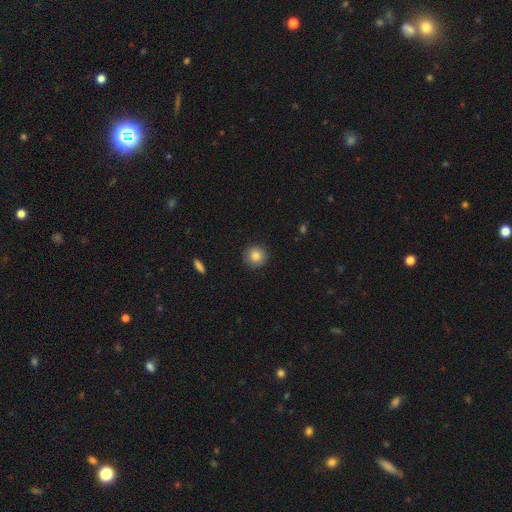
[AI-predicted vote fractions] Q: Smooth or featured?
A: smooth (83%); runner-up: star or artifact (9%)
Q: How rounded?
A: round (94%); runner-up: in between (5%)
Q: Merging?
A: none (91%); runner-up: minor disturbance (7%)